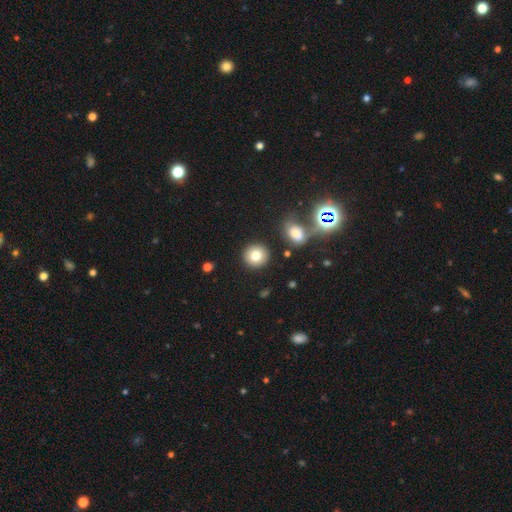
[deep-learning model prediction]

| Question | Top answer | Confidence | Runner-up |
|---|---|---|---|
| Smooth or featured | smooth | 79% | star or artifact (11%) |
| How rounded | round | 92% | in between (7%) |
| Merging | none | 88% | minor disturbance (6%) |